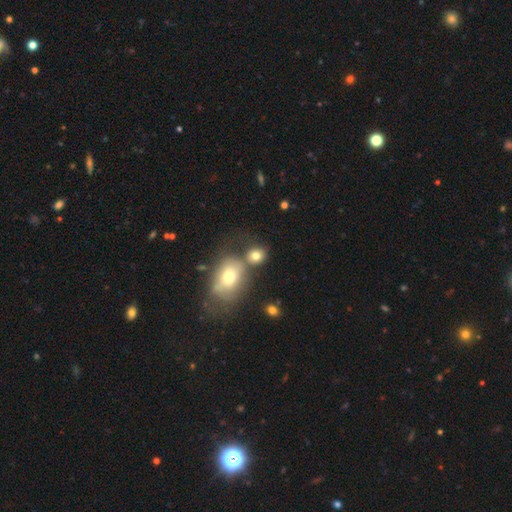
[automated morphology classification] Smooth or featured?
  - smooth: 76% *
  - featured or disk: 13%
  - star or artifact: 12%
How rounded?
  - round: 63% *
  - in between: 35%
  - cigar-shaped: 1%
Merging?
  - none: 50% *
  - merger: 30%
  - minor disturbance: 13%
  - major disturbance: 8%